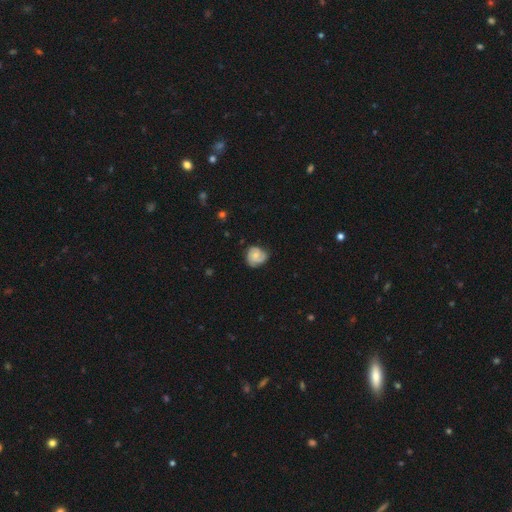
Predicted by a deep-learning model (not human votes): smooth-or-featured: featured or disk: 57% | smooth: 36% | star or artifact: 7%
  disk-edge-on: no: 98% | yes: 2%
    bar: no: 73% | weak: 23% | strong: 4%
    has-spiral-arms: yes: 88% | no: 12%
    bulge-size: small: 51% | moderate: 41% | none: 6% | large: 2% | dominant: 1%
  merging: none: 62% | minor disturbance: 28% | major disturbance: 8% | merger: 2%